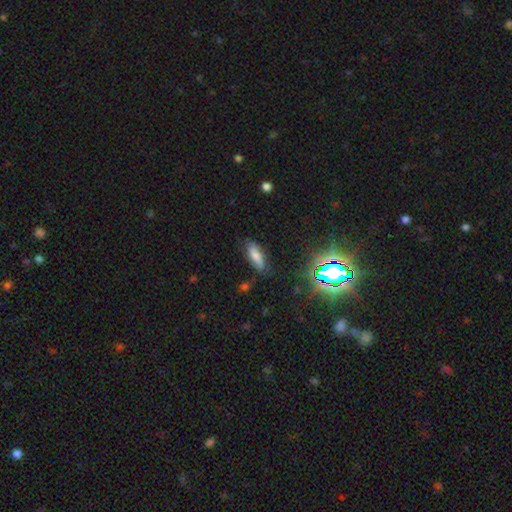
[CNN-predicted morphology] smooth 65%, featured or disk 21%, star or artifact 14%. Down the decision tree: how rounded — in between (69%); merging — none (75%).